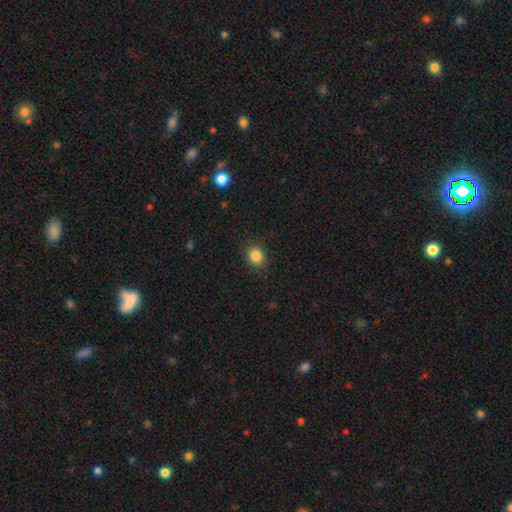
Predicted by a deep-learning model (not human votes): Smooth or featured?
  - smooth: 85% *
  - star or artifact: 10%
  - featured or disk: 4%
How rounded?
  - round: 62% *
  - in between: 37%
  - cigar-shaped: 1%
Merging?
  - none: 88% *
  - minor disturbance: 9%
  - major disturbance: 2%
  - merger: 1%